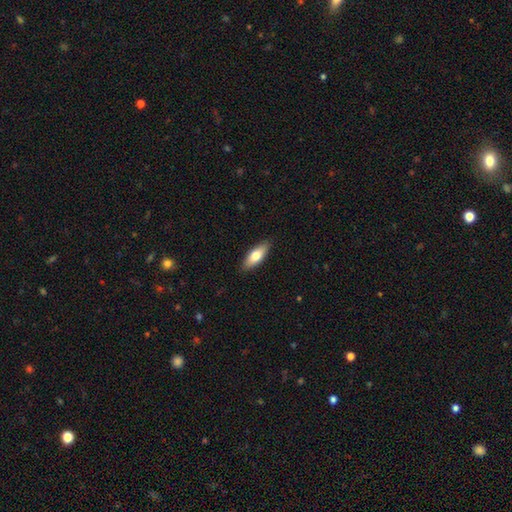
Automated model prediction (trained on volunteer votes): A smooth galaxy with no disk features (74%) that is in between round and cigar-shaped (71%).

Vote fractions:
- Smooth or featured? smooth: 74% / featured or disk: 20% / star or artifact: 6%
- How rounded? in between: 71% / cigar-shaped: 27% / round: 2%
- Merging? none: 88% / minor disturbance: 9% / major disturbance: 2% / merger: 1%